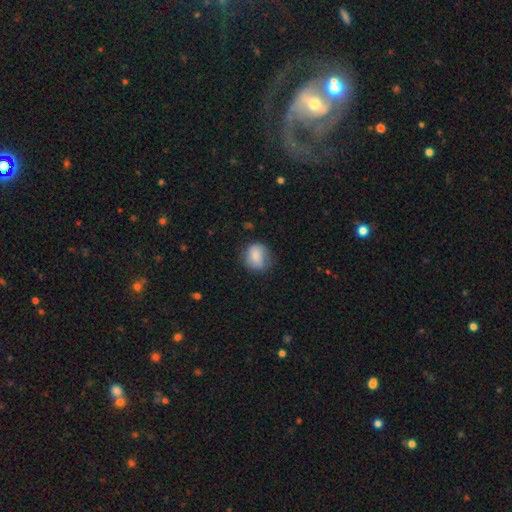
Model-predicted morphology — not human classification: A smooth galaxy with no disk features (81%) that is round (71%).

Vote fractions:
- Smooth or featured? smooth: 81% / featured or disk: 11% / star or artifact: 8%
- How rounded? round: 71% / in between: 28% / cigar-shaped: 1%
- Merging? none: 67% / minor disturbance: 24% / major disturbance: 7% / merger: 1%